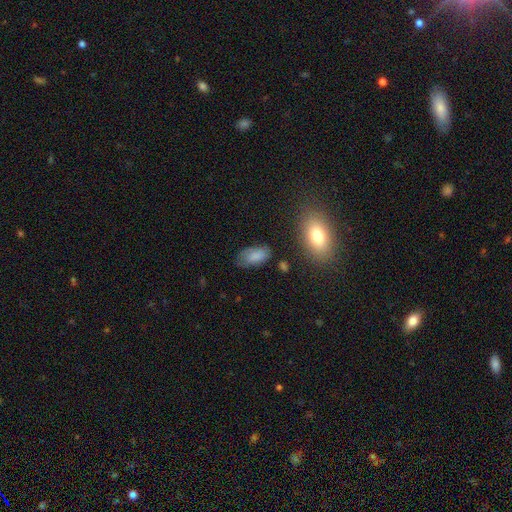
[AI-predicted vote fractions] Overall: smooth (78%). How rounded: in between (93%). Merging: none (65%).